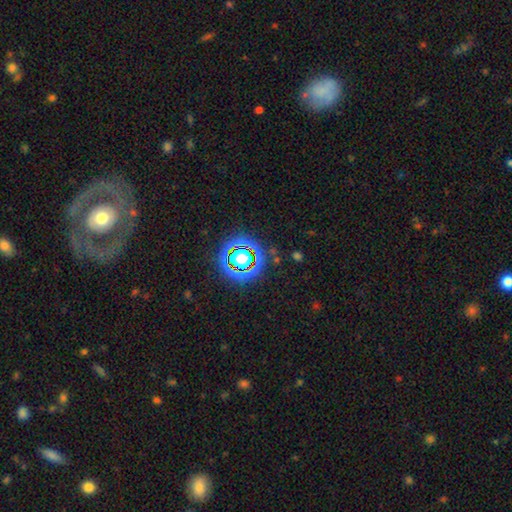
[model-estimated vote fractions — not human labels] Morphology: type=star or artifact (51%).